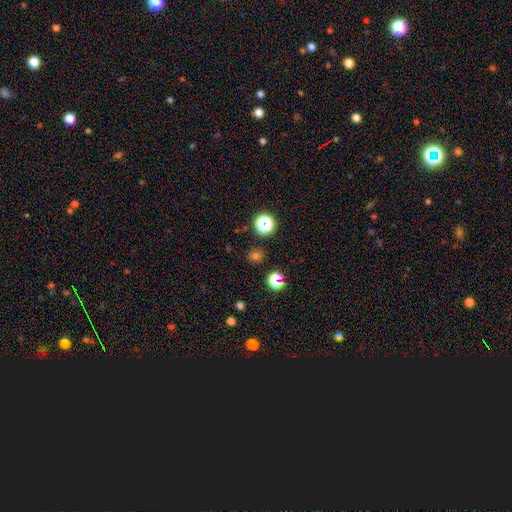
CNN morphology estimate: Smooth or featured? Predicted: smooth (p=0.57). How rounded? Predicted: round (p=0.83). Merging? Predicted: none (p=0.85).